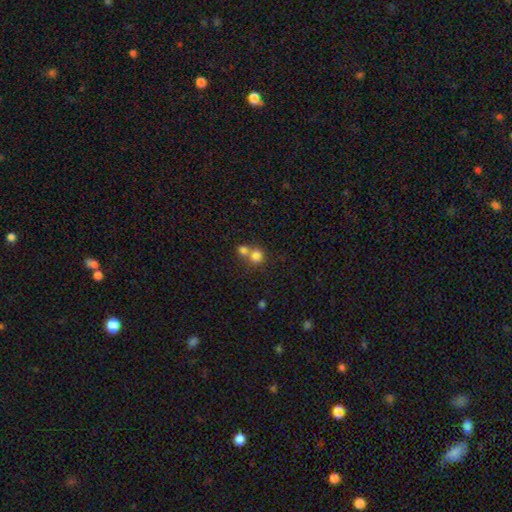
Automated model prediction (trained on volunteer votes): A smooth galaxy with no disk features (79%) that is round (81%).

Vote fractions:
- Smooth or featured? smooth: 79% / star or artifact: 12% / featured or disk: 9%
- How rounded? round: 81% / in between: 18% / cigar-shaped: 1%
- Merging? merger: 49% / none: 42% / minor disturbance: 6% / major disturbance: 3%